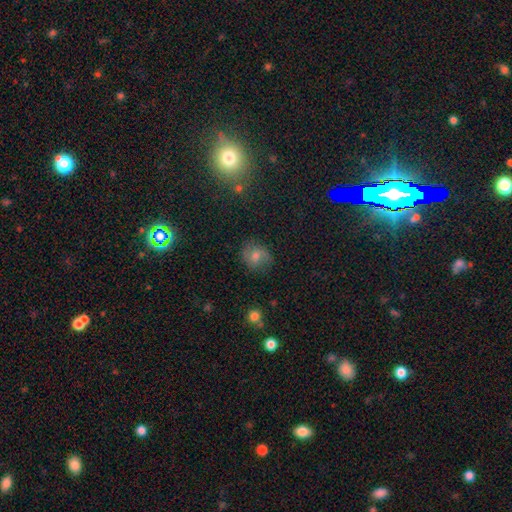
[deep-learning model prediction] Smooth or featured? Predicted: smooth (p=0.58). How rounded? Predicted: round (p=0.68). Merging? Predicted: none (p=0.72).